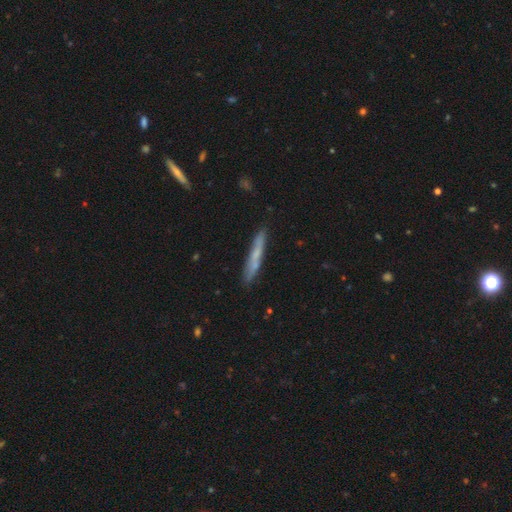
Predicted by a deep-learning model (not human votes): Smooth or featured? Predicted: smooth (p=0.57). How rounded? Predicted: cigar-shaped (p=0.95). Merging? Predicted: none (p=0.86).